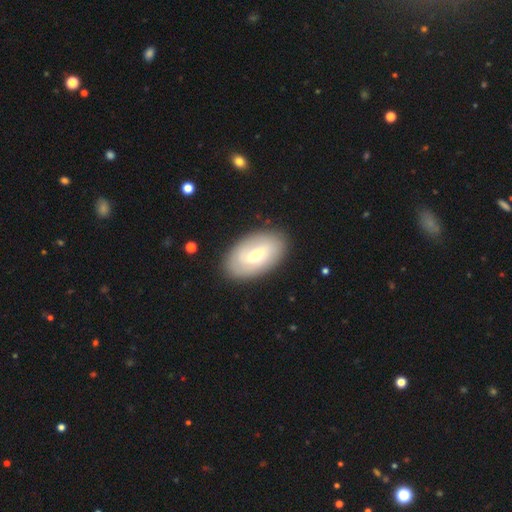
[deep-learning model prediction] The model was most divided on "smooth or featured": featured or disk: 51%, smooth: 43%, star or artifact: 6%. More confident: edge-on disk — no (90%); merging — none (86%).